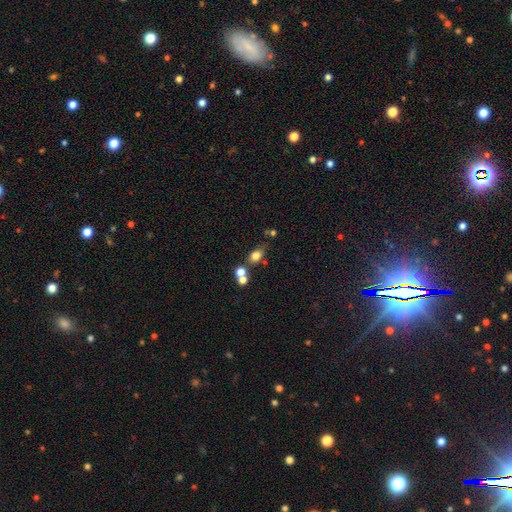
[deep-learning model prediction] A smooth galaxy with no disk features (75%) that is in between round and cigar-shaped (60%).

Vote fractions:
- Smooth or featured? smooth: 75% / star or artifact: 14% / featured or disk: 11%
- How rounded? in between: 60% / round: 37% / cigar-shaped: 3%
- Merging? none: 56% / merger: 25% / minor disturbance: 13% / major disturbance: 6%